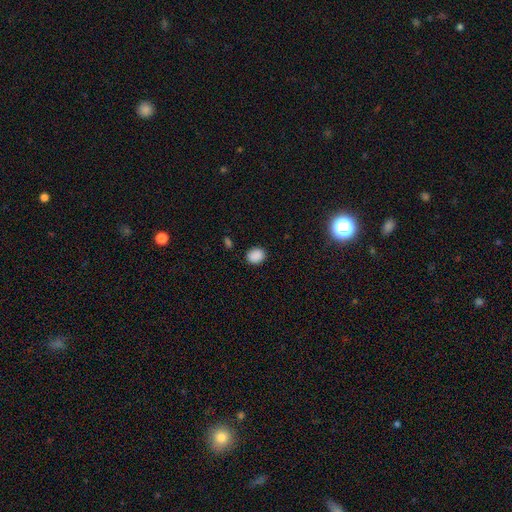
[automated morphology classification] This is clearly a smooth galaxy (88%). How rounded: possibly round (54%). Merging: clearly none (86%).